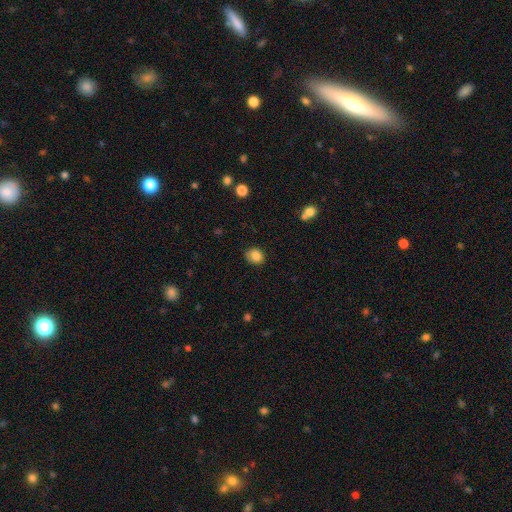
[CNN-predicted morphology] The model was most divided on "how rounded": round: 60%, in between: 39%, cigar-shaped: 1%. More confident: smooth or featured — smooth (85%); merging — none (82%).